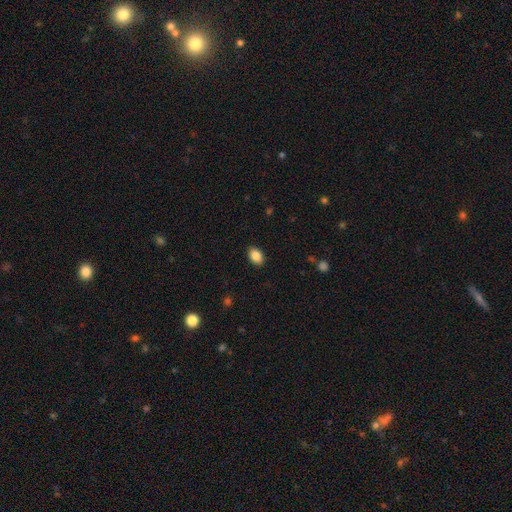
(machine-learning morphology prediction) Smooth or featured?
  - smooth: 86% *
  - star or artifact: 8%
  - featured or disk: 6%
How rounded?
  - in between: 84% *
  - round: 15%
  - cigar-shaped: 1%
Merging?
  - none: 88% *
  - minor disturbance: 9%
  - major disturbance: 2%
  - merger: 1%